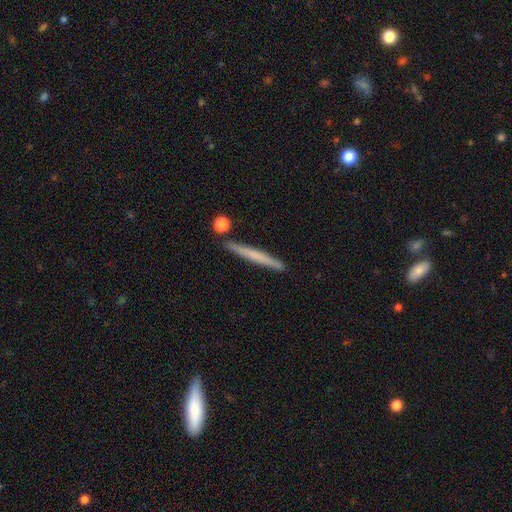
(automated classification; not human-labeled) Smooth or featured? smooth (56%)
How rounded? cigar-shaped (97%)
Merging? none (88%)